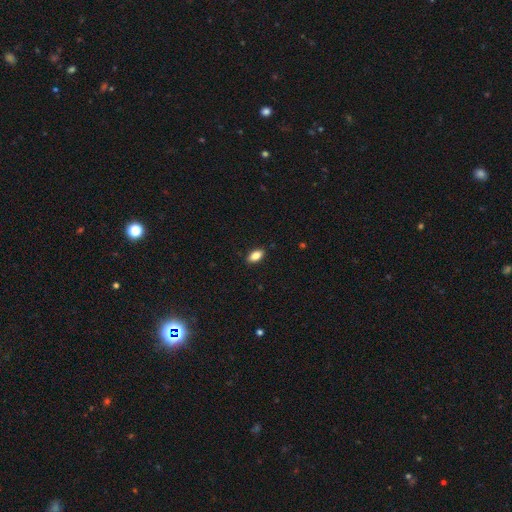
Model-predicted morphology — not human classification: Smooth or featured: smooth — 83% (featured or disk — 9%)
How rounded: in between — 90% (round — 5%)
Merging: none — 88% (minor disturbance — 9%)